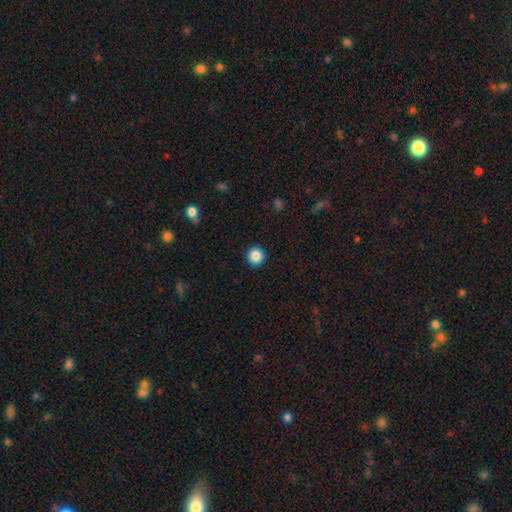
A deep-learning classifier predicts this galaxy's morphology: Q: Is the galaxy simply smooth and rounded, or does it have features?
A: smooth — 87%.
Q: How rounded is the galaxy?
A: round — 95%.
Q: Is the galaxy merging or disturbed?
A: none — 93%.